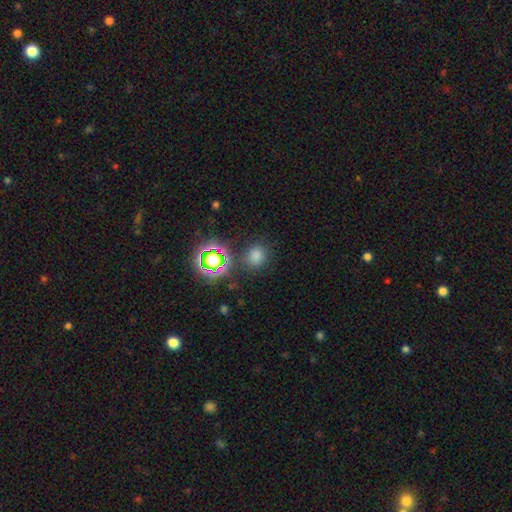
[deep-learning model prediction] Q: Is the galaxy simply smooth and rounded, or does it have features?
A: smooth — 70%.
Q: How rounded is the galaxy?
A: round — 77%.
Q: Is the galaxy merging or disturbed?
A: none — 81%.